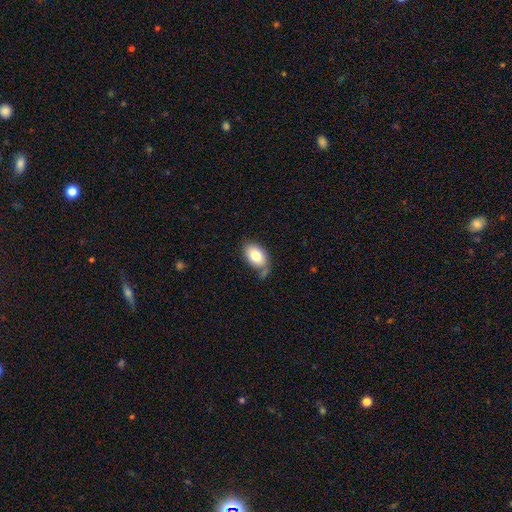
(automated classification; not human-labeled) Overall: smooth (79%). How rounded: in between (88%). Merging: none (60%; minor disturbance 24%).